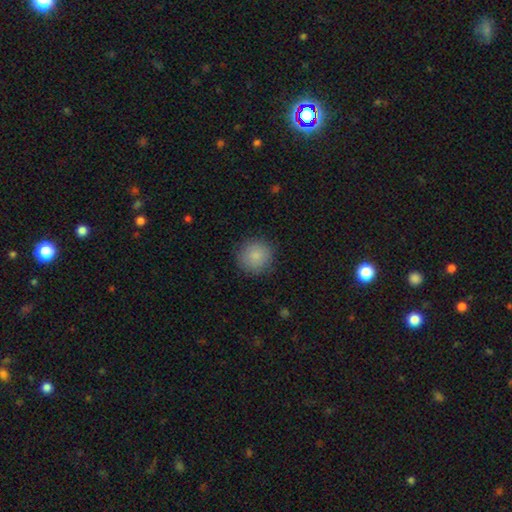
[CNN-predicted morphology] The model was most divided on "smooth or featured": smooth: 86%, star or artifact: 8%, featured or disk: 6%. More confident: how rounded — round (92%); merging — none (88%).